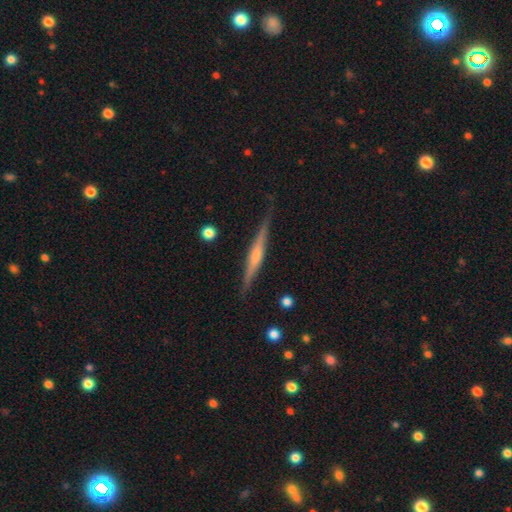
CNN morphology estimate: This is likely a featured or disk galaxy (72%). It is clearly viewed edge-on (98%). Edge-on bulge: likely rounded (69%). Merging: clearly none (86%).